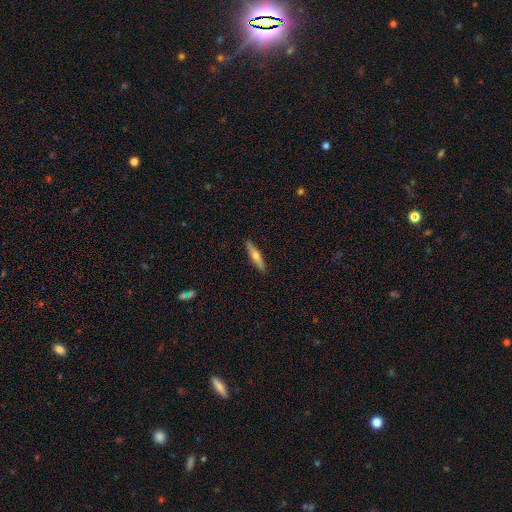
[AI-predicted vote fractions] Morphology: type=smooth (52%); roundness=cigar-shaped (86%); merging=none (90%).